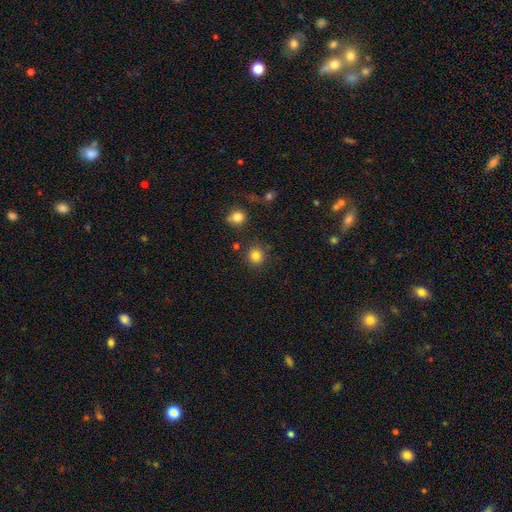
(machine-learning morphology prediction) The model was most divided on "smooth or featured": smooth: 82%, star or artifact: 13%, featured or disk: 5%. More confident: how rounded — round (92%); merging — none (85%).